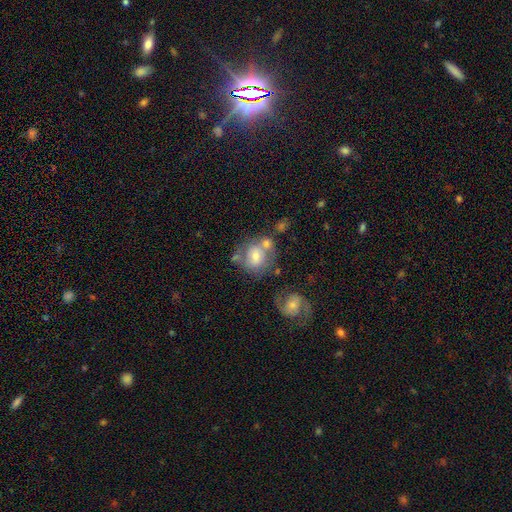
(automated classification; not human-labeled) Smooth or featured? smooth (52%)
How rounded? round (75%)
Merging? none (46%)